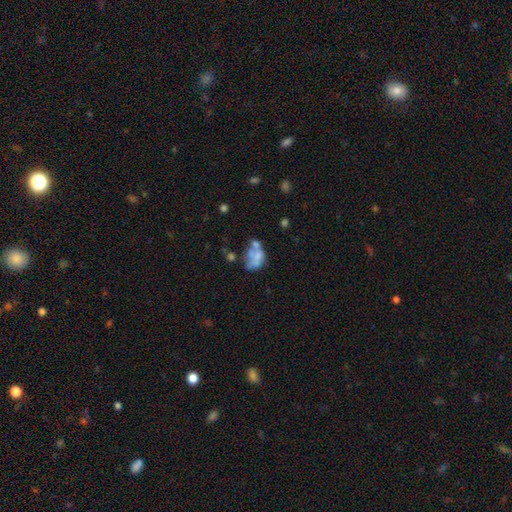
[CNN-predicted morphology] Overall: smooth (48%; featured or disk 41%). Merging: merger (33%; none 25%).